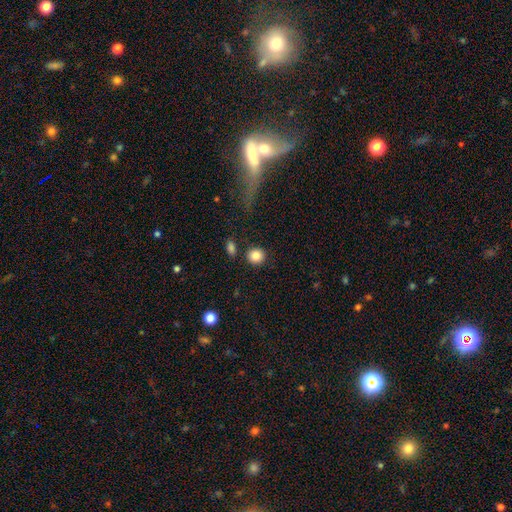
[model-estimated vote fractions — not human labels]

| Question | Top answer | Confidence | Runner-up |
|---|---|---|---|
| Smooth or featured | smooth | 86% | star or artifact (9%) |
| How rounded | round | 89% | in between (10%) |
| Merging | none | 84% | minor disturbance (7%) |